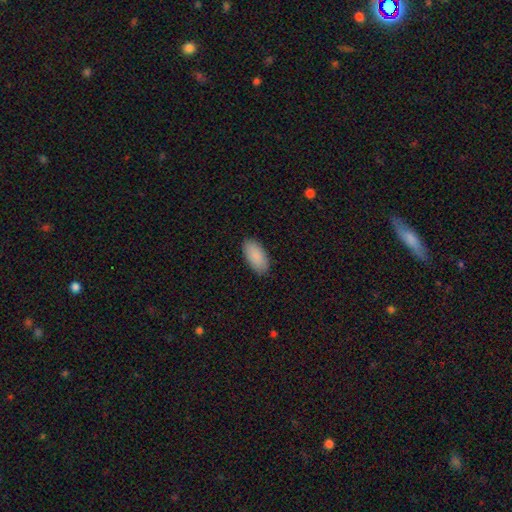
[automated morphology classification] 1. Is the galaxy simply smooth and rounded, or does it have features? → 89% smooth, 6% star or artifact, 5% featured or disk.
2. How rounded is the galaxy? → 94% in between, 4% cigar-shaped, 2% round.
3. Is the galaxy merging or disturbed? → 87% none, 10% minor disturbance, 2% major disturbance, 1% merger.